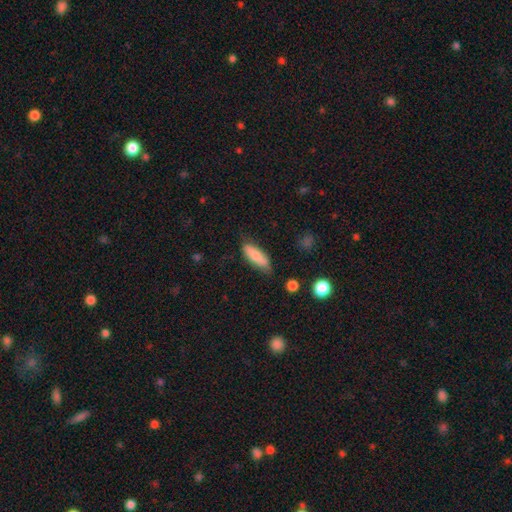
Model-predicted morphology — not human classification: This appears to be a smooth galaxy with no disk features (80%) that is in between round and cigar-shaped (53%). Merging: none (68%).